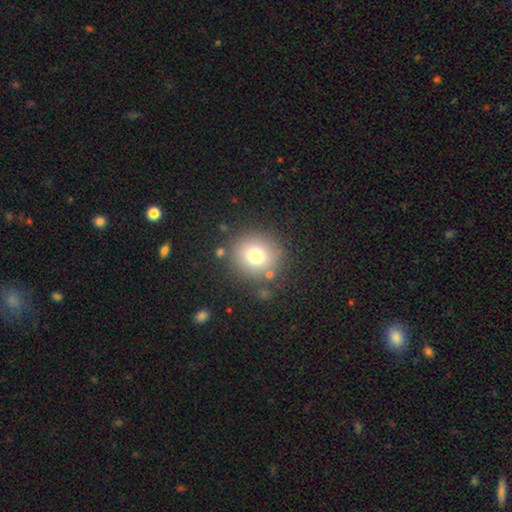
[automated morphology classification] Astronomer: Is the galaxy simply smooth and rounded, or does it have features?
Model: smooth — 75%.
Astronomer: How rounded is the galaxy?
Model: round — 90%.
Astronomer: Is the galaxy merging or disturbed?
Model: none — 83%.